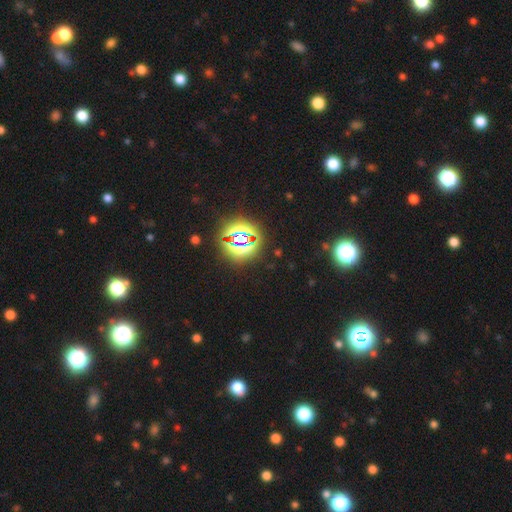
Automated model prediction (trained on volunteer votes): Smooth or featured?
  - star or artifact: 80% *
  - smooth: 13%
  - featured or disk: 7%